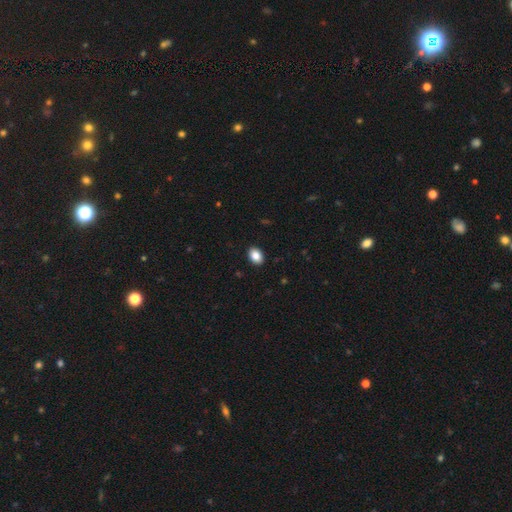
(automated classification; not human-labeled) The model was most divided on "how rounded": in between: 79%, round: 20%, cigar-shaped: 1%. More confident: merging — none (91%); smooth or featured — smooth (86%).